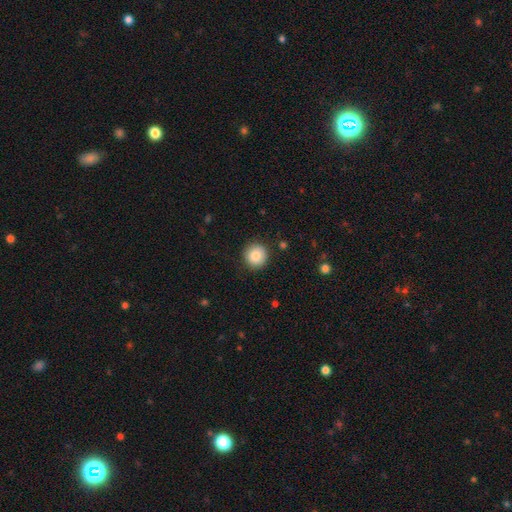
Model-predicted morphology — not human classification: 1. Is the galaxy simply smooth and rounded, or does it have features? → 86% smooth, 9% star or artifact, 5% featured or disk.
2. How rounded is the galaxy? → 94% round, 5% in between, 1% cigar-shaped.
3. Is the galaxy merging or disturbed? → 90% none, 7% minor disturbance, 2% major disturbance, 1% merger.